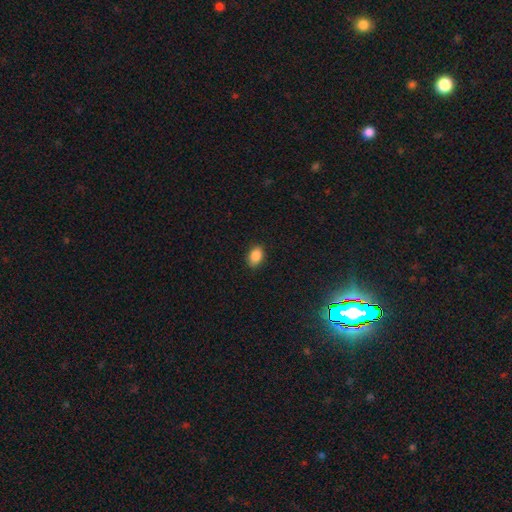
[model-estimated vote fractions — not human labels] This is clearly a smooth galaxy (87%). How rounded: clearly in between (81%). Merging: clearly none (87%).